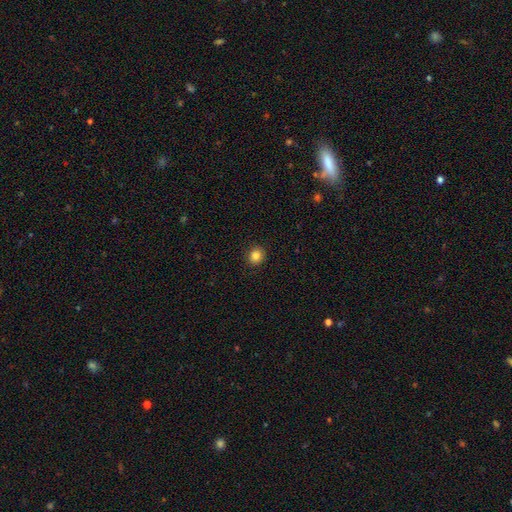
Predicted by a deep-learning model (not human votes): smooth-or-featured: smooth: 85% | star or artifact: 11% | featured or disk: 4%
  how-rounded: round: 83% | in between: 16% | cigar-shaped: 1%
  merging: none: 92% | minor disturbance: 6% | major disturbance: 2% | merger: 1%